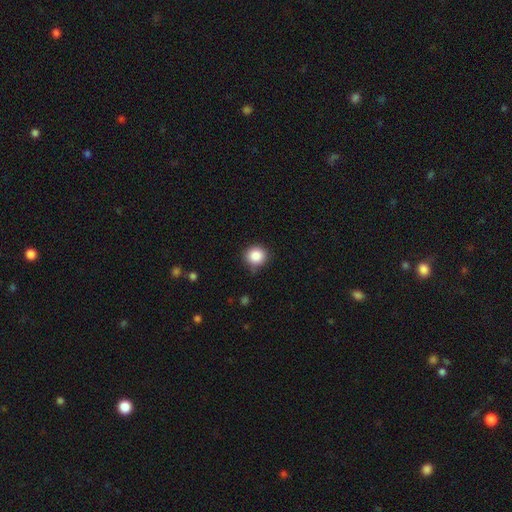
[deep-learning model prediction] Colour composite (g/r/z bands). It shows a smooth galaxy with no disk features (87%) that is round (92%). Merging: none (83%).